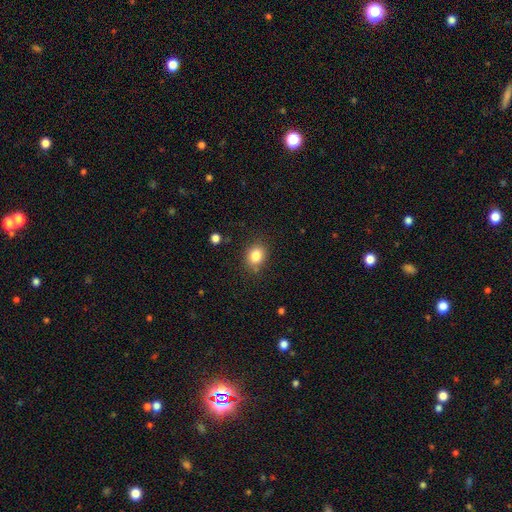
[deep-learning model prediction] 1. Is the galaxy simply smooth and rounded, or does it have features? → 83% smooth, 11% star or artifact, 7% featured or disk.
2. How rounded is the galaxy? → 55% round, 44% in between, 1% cigar-shaped.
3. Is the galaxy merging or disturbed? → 82% none, 12% minor disturbance, 3% major disturbance, 3% merger.